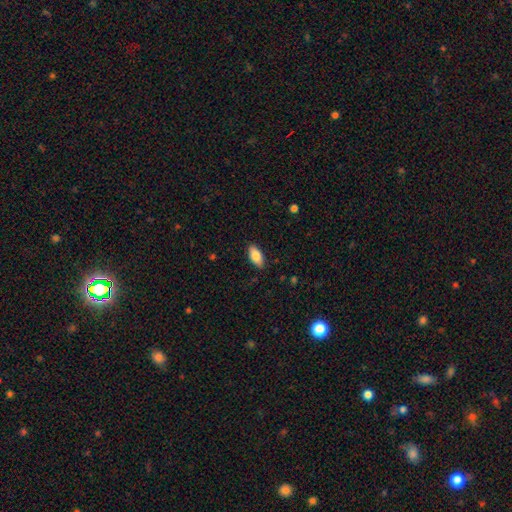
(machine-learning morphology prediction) smooth-or-featured: smooth: 82% | featured or disk: 11% | star or artifact: 7%
  how-rounded: in between: 89% | cigar-shaped: 9% | round: 2%
  merging: none: 88% | minor disturbance: 9% | major disturbance: 2% | merger: 1%